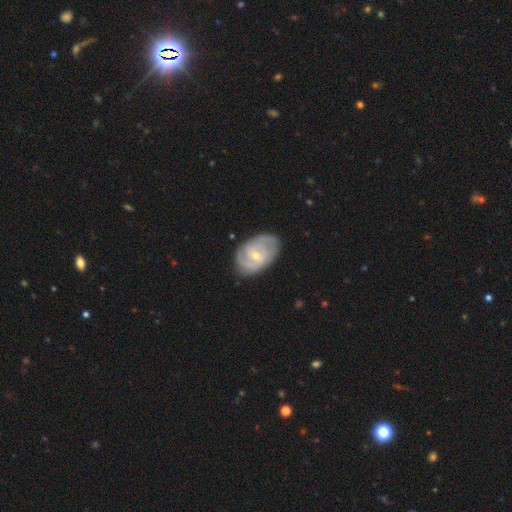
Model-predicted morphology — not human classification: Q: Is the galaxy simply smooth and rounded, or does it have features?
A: featured or disk — 78%.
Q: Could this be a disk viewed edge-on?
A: no — 96%.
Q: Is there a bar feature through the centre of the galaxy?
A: no — 53%.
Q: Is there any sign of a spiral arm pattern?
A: yes — 91%.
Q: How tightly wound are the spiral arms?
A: tight — 52%.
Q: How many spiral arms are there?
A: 2 — 41%.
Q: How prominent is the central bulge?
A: small — 56%.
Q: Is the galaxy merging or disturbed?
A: none — 76%.